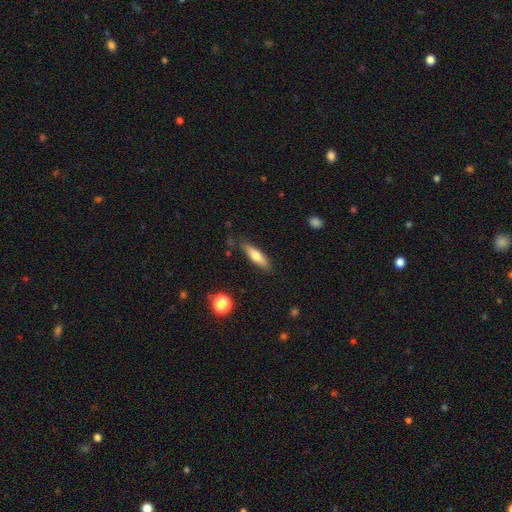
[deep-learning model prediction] Smooth or featured? smooth (65%)
How rounded? cigar-shaped (60%)
Merging? none (82%)